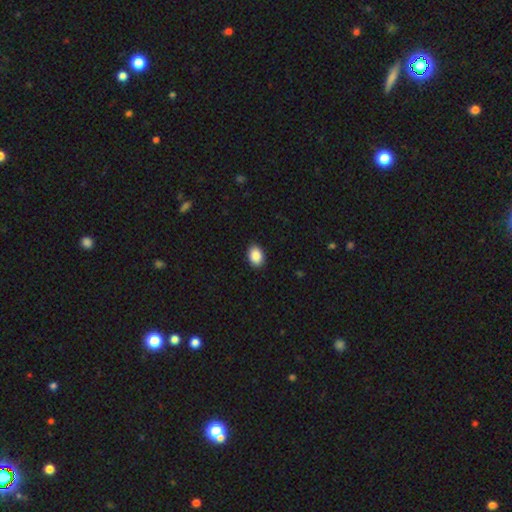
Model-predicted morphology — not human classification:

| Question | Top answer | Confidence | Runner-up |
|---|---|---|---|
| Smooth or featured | smooth | 90% | star or artifact (7%) |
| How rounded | in between | 80% | round (19%) |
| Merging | none | 90% | minor disturbance (8%) |